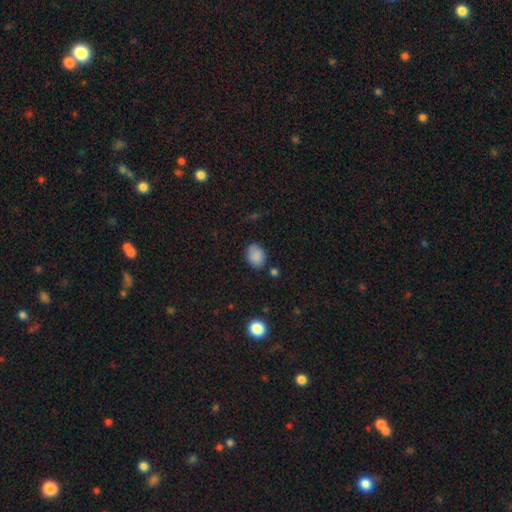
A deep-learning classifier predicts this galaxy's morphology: Smooth or featured?
  - smooth: 86% *
  - star or artifact: 9%
  - featured or disk: 5%
How rounded?
  - in between: 60% *
  - round: 39%
  - cigar-shaped: 1%
Merging?
  - none: 77% *
  - minor disturbance: 16%
  - merger: 4%
  - major disturbance: 4%